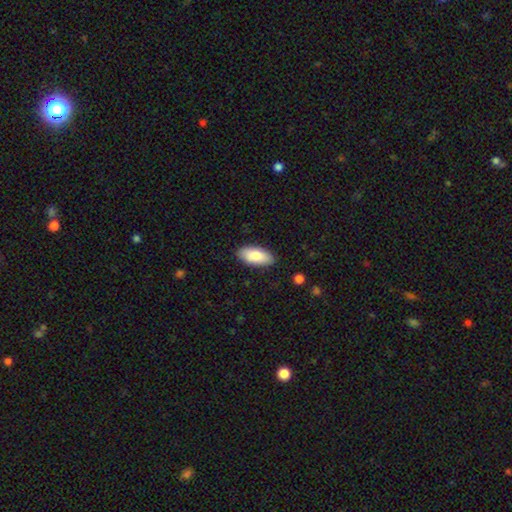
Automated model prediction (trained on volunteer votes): A smooth galaxy with no disk features (85%) that is in between round and cigar-shaped (90%).

Vote fractions:
- Smooth or featured? smooth: 85% / featured or disk: 10% / star or artifact: 6%
- How rounded? in between: 90% / cigar-shaped: 8% / round: 2%
- Merging? none: 88% / minor disturbance: 9% / major disturbance: 2% / merger: 1%